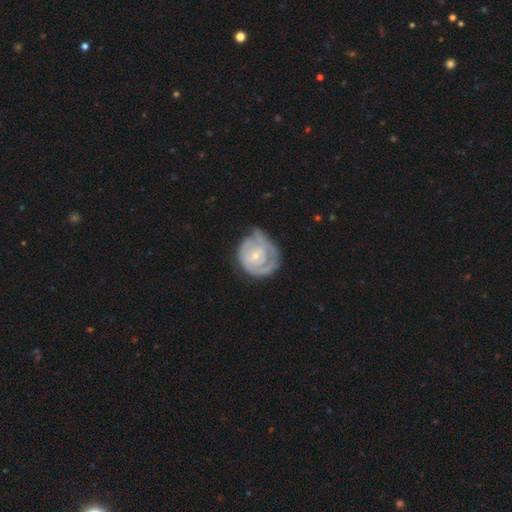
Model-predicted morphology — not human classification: type=featured or disk (77%); edge-on=no (98%); bar=no (72%); spiral arms=yes (84%); winding=tight (73%); arm count=can't tell (36%); bulge=small (69%); merging=none (46%).